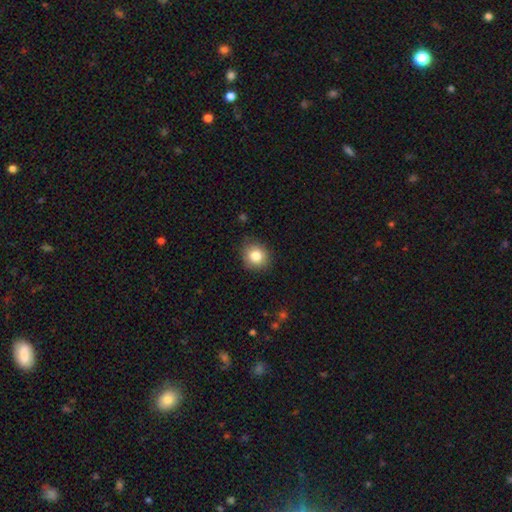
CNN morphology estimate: The model was most divided on "how rounded": round: 79%, in between: 20%, cigar-shaped: 1%. More confident: merging — none (85%); smooth or featured — smooth (83%).